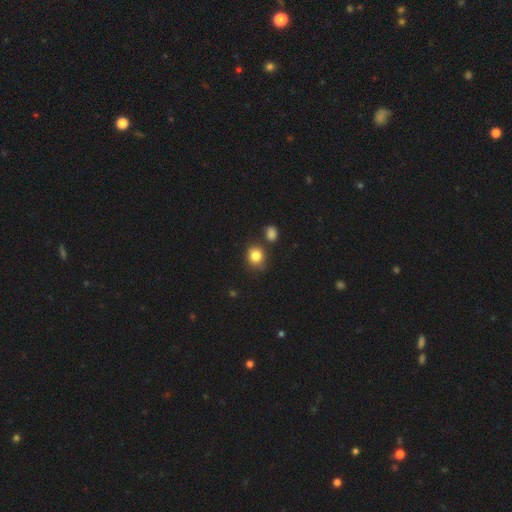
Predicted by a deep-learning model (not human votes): A smooth galaxy with no disk features (84%) that is round (72%). Merging: none (72%).